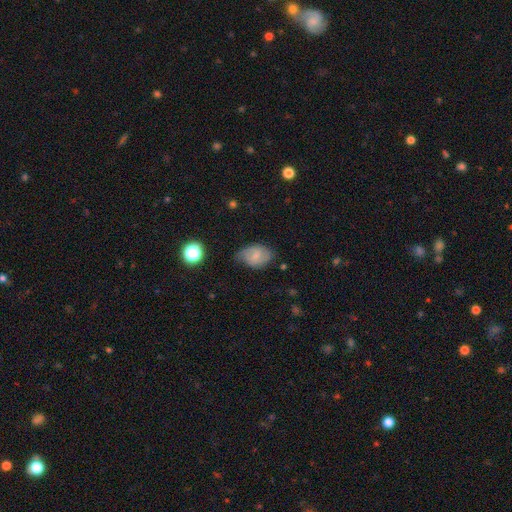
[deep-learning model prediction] Q: Smooth or featured?
A: smooth (60%); runner-up: featured or disk (31%)
Q: How rounded?
A: in between (78%); runner-up: round (21%)
Q: Merging?
A: none (56%); runner-up: minor disturbance (33%)